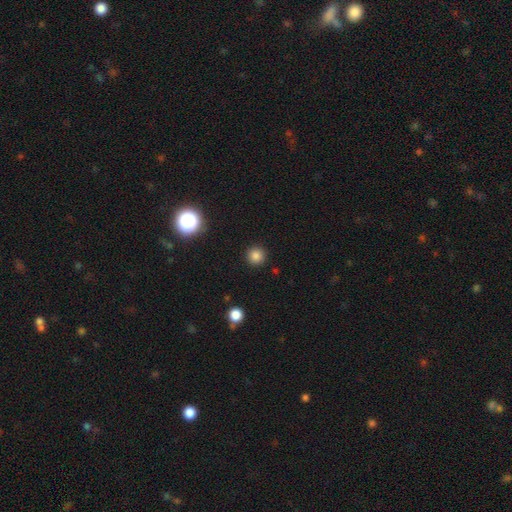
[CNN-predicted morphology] This appears to be a smooth galaxy with no disk features (82%) that is round (95%). Merging: none (92%).